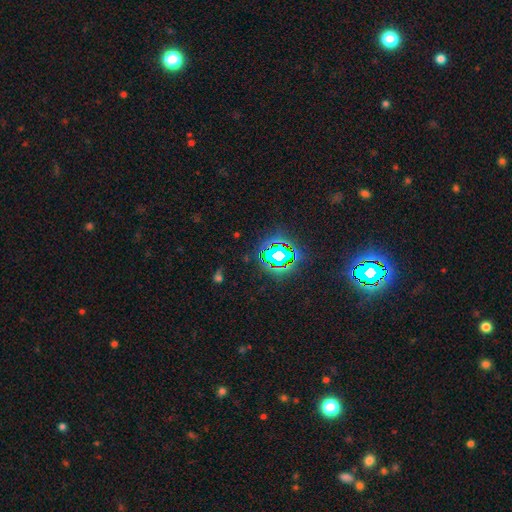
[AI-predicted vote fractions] A star or artifact, not a galaxy (80%).